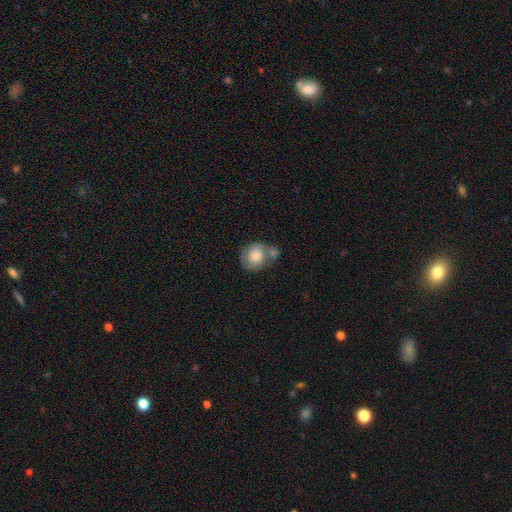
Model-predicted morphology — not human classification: Smooth or featured? smooth (72%)
How rounded? round (73%)
Merging? merger (40%)